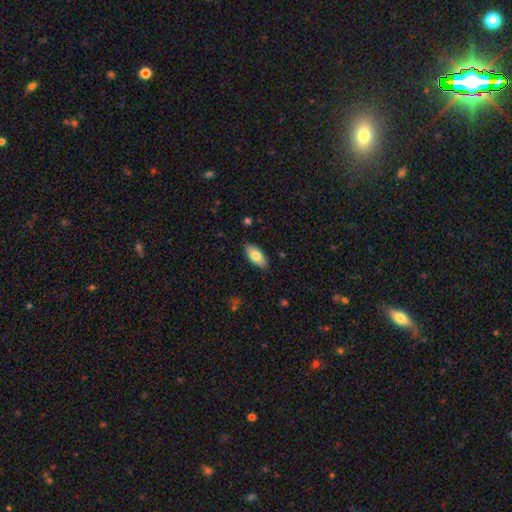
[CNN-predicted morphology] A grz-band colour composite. It shows a smooth galaxy with no disk features (79%) that is in between round and cigar-shaped (90%). Merging: none (87%).